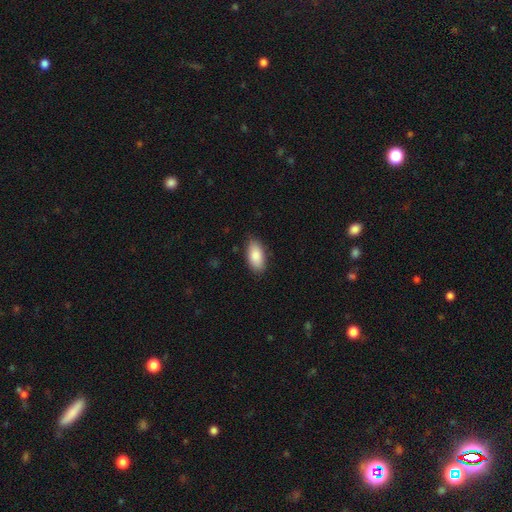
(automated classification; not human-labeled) Overall: smooth (87%). How rounded: in between (92%). Merging: none (84%).